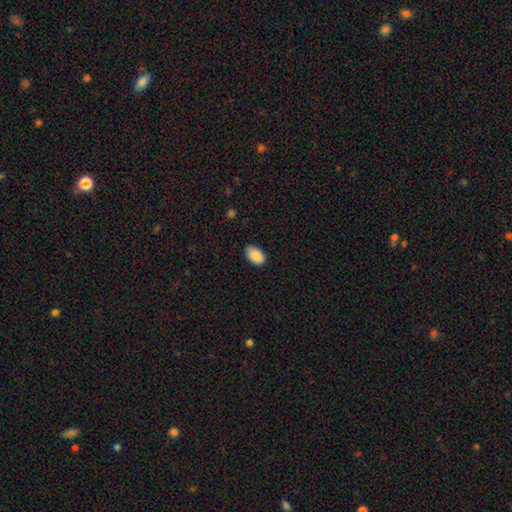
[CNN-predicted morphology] smooth-or-featured: smooth: 89% | star or artifact: 7% | featured or disk: 4%
  how-rounded: in between: 90% | round: 9% | cigar-shaped: 1%
  merging: none: 78% | minor disturbance: 18% | major disturbance: 3% | merger: 1%